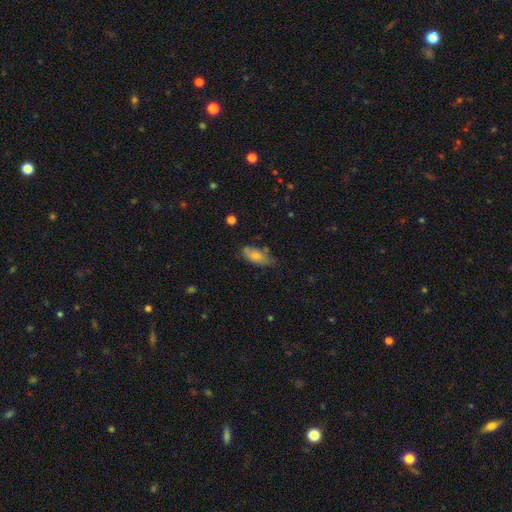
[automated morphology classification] A smooth galaxy with no disk features (71%) that is in between round and cigar-shaped (83%).

Vote fractions:
- Smooth or featured? smooth: 71% / featured or disk: 22% / star or artifact: 7%
- How rounded? in between: 83% / cigar-shaped: 14% / round: 3%
- Merging? none: 56% / minor disturbance: 33% / major disturbance: 8% / merger: 3%